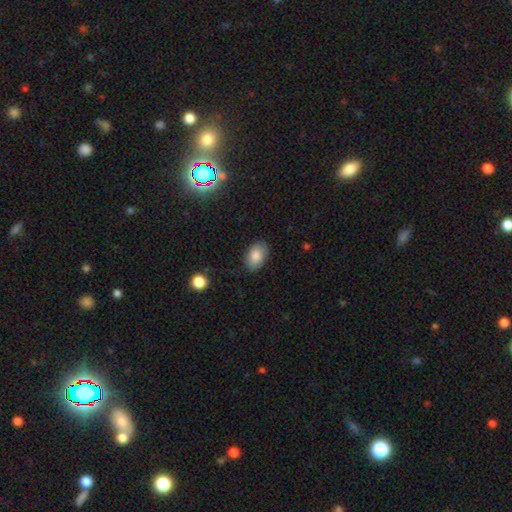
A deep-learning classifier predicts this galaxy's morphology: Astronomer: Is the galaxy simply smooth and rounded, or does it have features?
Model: smooth — 83%.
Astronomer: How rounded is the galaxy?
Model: in between — 89%.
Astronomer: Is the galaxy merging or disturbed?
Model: none — 82%.